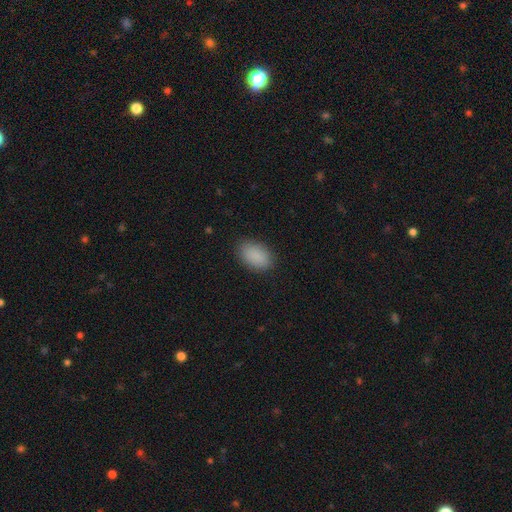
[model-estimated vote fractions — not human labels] smooth_or_featured: smooth (p=0.89) [alt: star or artifact p=0.07]
how_rounded: in between (p=0.90) [alt: round p=0.09]
merging: none (p=0.86) [alt: minor disturbance p=0.10]